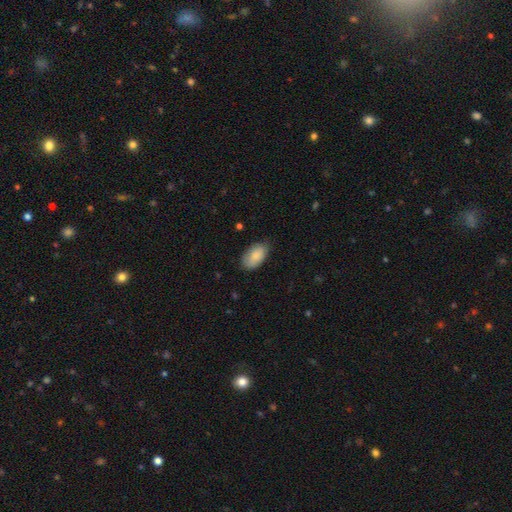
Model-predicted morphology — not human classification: Smooth or featured? smooth (86%)
How rounded? in between (94%)
Merging? none (73%)